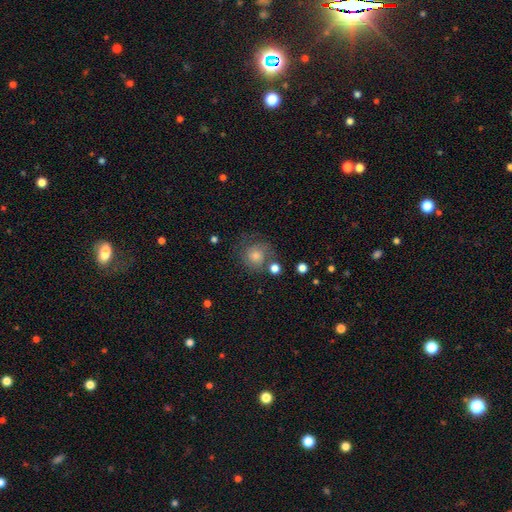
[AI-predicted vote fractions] smooth-or-featured: smooth: 52% | featured or disk: 31% | star or artifact: 18%
  how-rounded: round: 87% | in between: 12% | cigar-shaped: 1%
  merging: none: 66% | minor disturbance: 17% | major disturbance: 10% | merger: 6%